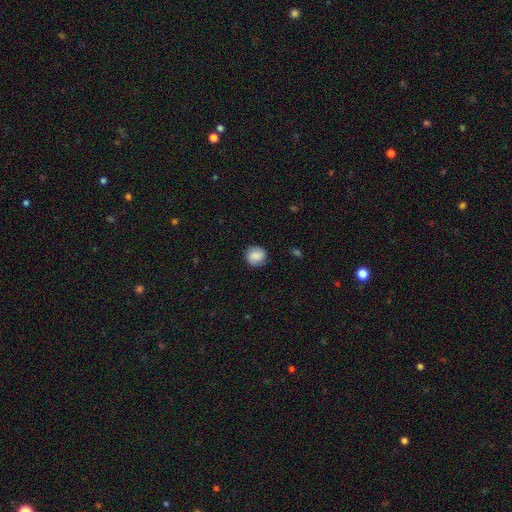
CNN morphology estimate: Smooth or featured: smooth — 77% (featured or disk — 14%)
How rounded: round — 89% (in between — 10%)
Merging: none — 86% (minor disturbance — 10%)